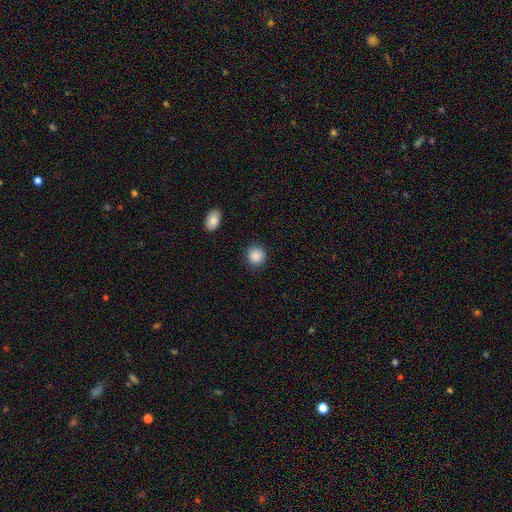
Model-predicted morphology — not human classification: Smooth or featured?
  - smooth: 88% *
  - star or artifact: 8%
  - featured or disk: 3%
How rounded?
  - round: 88% *
  - in between: 11%
  - cigar-shaped: 1%
Merging?
  - none: 88% *
  - minor disturbance: 8%
  - major disturbance: 2%
  - merger: 2%